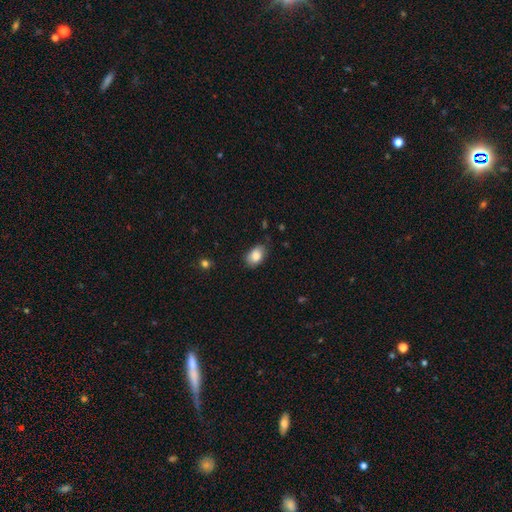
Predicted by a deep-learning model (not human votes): This appears to be a smooth galaxy with no disk features (86%) that is in between round and cigar-shaped (87%). Merging: none (71%).